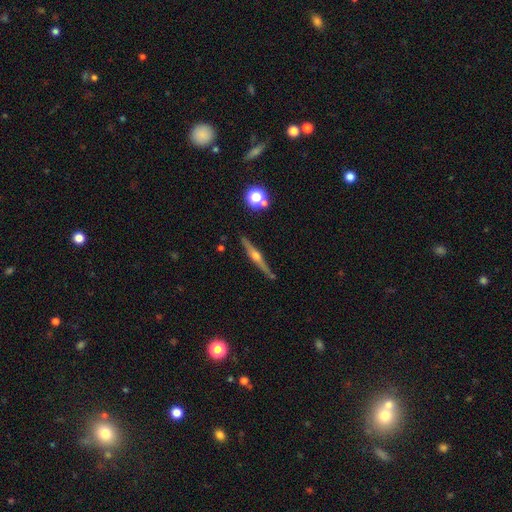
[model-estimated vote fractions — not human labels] A featured or disk galaxy (81%) viewed edge-on (98%) with a rounded central bulge (94%). Merging: none (89%).